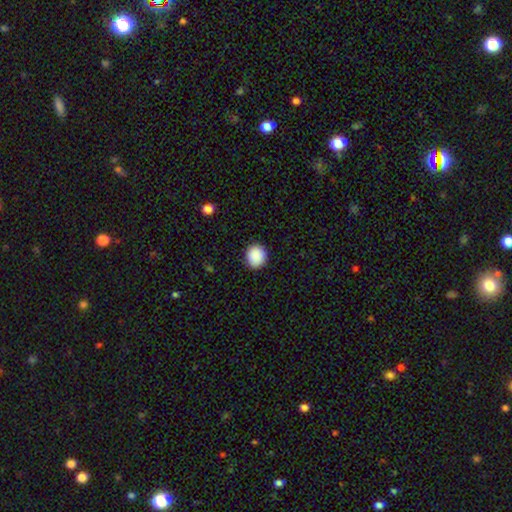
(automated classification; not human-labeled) A smooth galaxy with no disk features (89%) that is round (86%). Merging: none (90%).